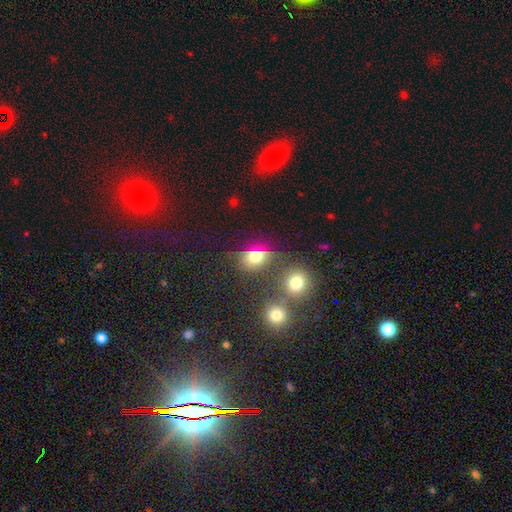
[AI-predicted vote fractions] This appears to be a smooth galaxy with no disk features (65%) that is round (64%). Merging: none (64%).